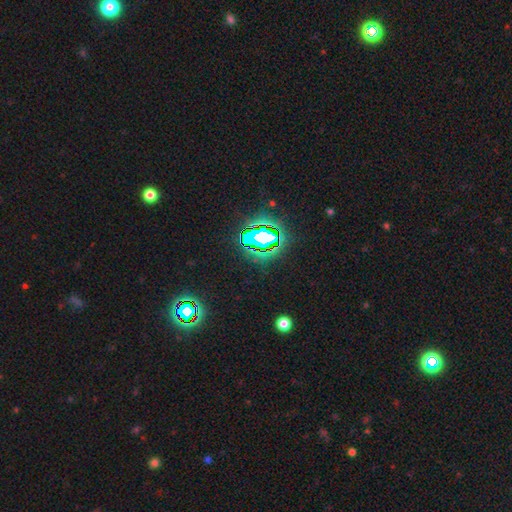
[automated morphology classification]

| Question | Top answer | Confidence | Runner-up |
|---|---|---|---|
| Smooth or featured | star or artifact | 80% | smooth (12%) |